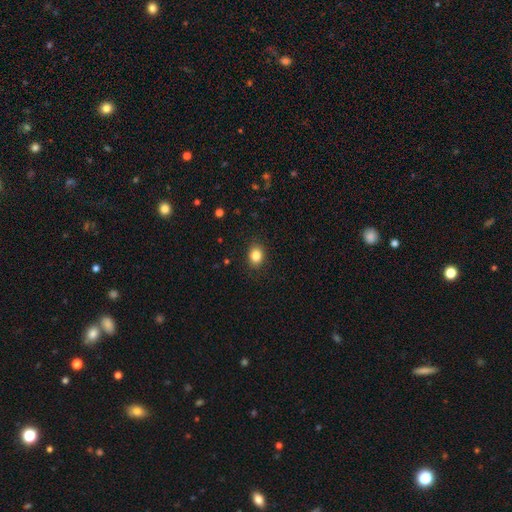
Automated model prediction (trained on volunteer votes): This appears to be a smooth galaxy with no disk features (84%) that is in between round and cigar-shaped (53%). Merging: none (87%).